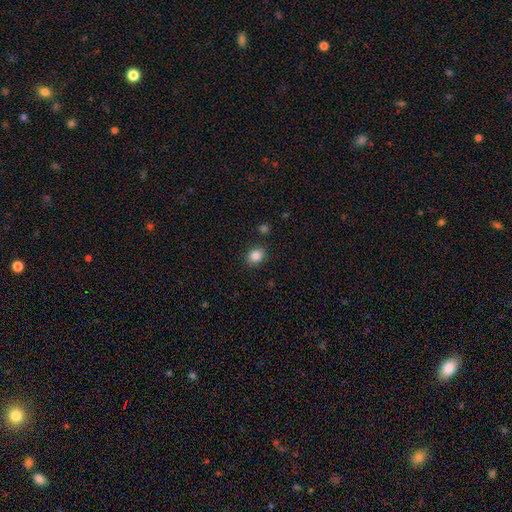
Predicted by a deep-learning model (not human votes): Smooth or featured? smooth (85%)
How rounded? round (61%)
Merging? none (85%)